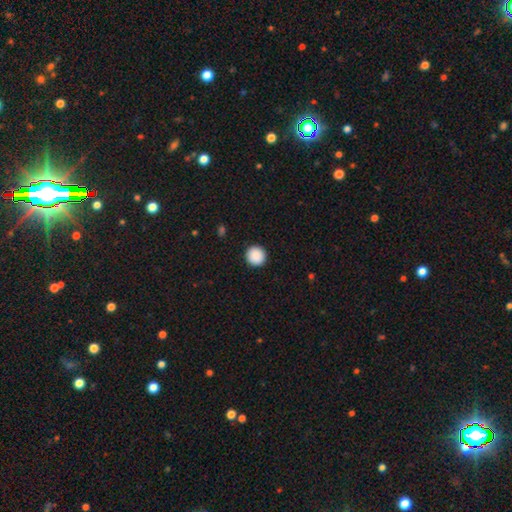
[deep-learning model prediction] Morphology: type=smooth (89%); roundness=round (95%); merging=none (93%).